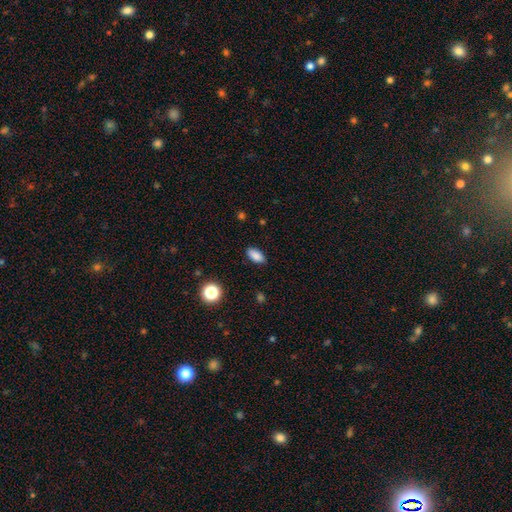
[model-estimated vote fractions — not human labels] A smooth galaxy with no disk features (86%) that is in between round and cigar-shaped (88%).

Vote fractions:
- Smooth or featured? smooth: 86% / star or artifact: 9% / featured or disk: 5%
- How rounded? in between: 88% / cigar-shaped: 7% / round: 5%
- Merging? none: 87% / minor disturbance: 9% / major disturbance: 2% / merger: 1%